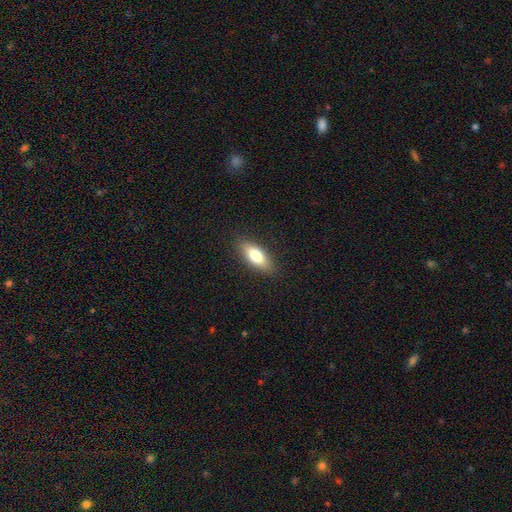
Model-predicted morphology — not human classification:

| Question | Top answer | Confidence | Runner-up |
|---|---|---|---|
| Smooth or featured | smooth | 75% | featured or disk (18%) |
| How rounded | in between | 72% | cigar-shaped (25%) |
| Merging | none | 86% | minor disturbance (10%) |